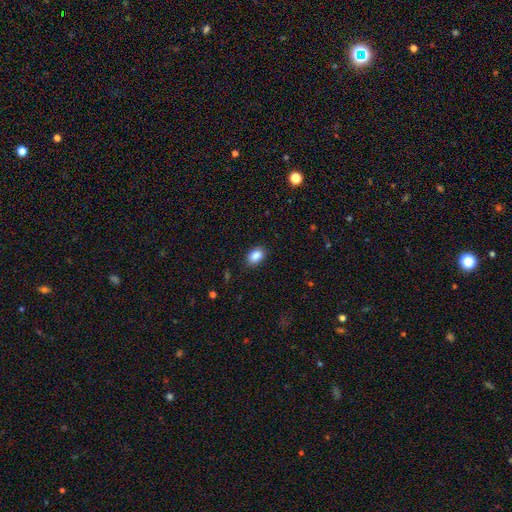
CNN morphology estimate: type=smooth (88%); roundness=in between (81%); merging=none (87%).